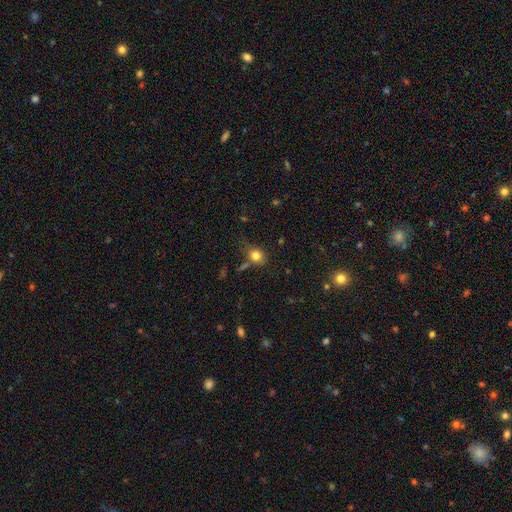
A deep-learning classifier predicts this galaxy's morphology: Smooth or featured? Predicted: smooth (p=0.80). How rounded? Predicted: round (p=0.55). Merging? Predicted: none (p=0.63).